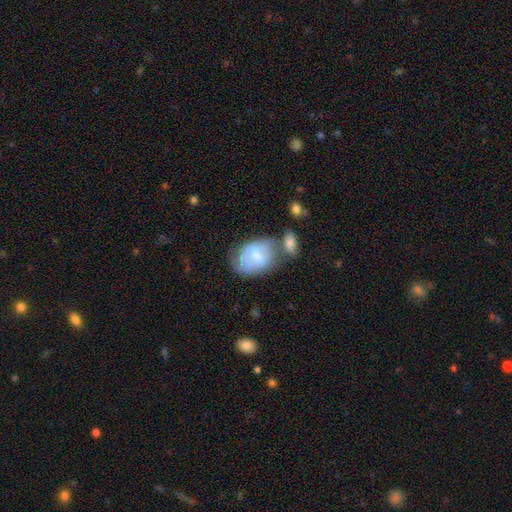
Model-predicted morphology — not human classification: smooth_or_featured: smooth (p=0.51) [alt: featured or disk p=0.43]
how_rounded: in between (p=0.72) [alt: round p=0.27]
merging: none (p=0.39) [alt: minor disturbance p=0.25]